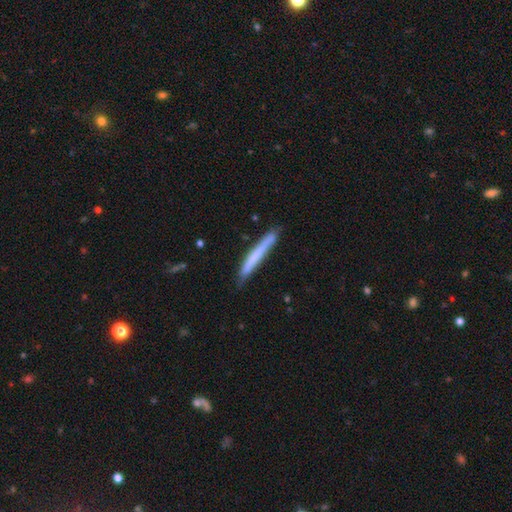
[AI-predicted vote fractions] This is likely a smooth galaxy (64%). How rounded: clearly cigar-shaped (97%). Merging: likely none (80%).